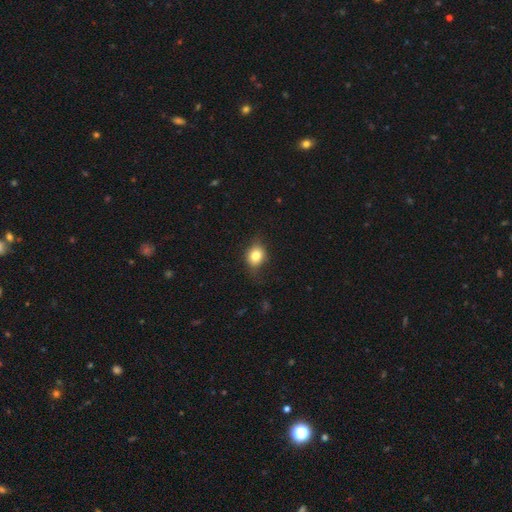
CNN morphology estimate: smooth 78%, featured or disk 12%, star or artifact 10%. Down the decision tree: how rounded — round (56%); merging — none (71%).